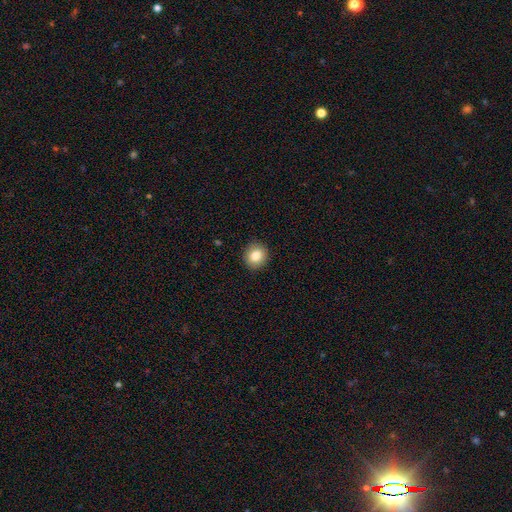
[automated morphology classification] smooth-or-featured: smooth: 83% | star or artifact: 9% | featured or disk: 8%
  how-rounded: round: 83% | in between: 16% | cigar-shaped: 1%
  merging: none: 91% | minor disturbance: 6% | major disturbance: 2% | merger: 1%